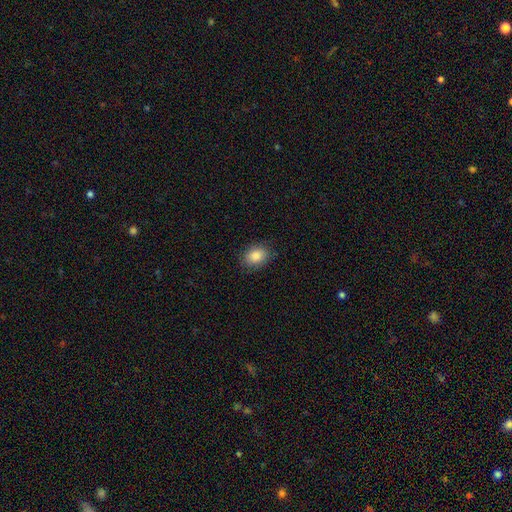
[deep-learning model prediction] Smooth or featured? smooth (86%)
How rounded? in between (66%)
Merging? none (85%)